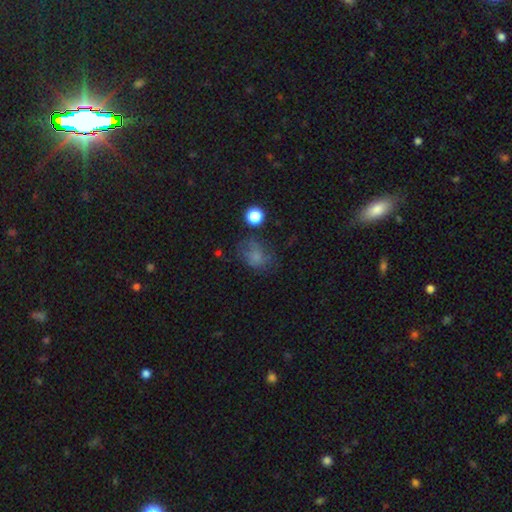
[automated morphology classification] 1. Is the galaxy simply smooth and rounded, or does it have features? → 66% smooth, 17% featured or disk, 17% star or artifact.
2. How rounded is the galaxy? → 57% in between, 42% round, 1% cigar-shaped.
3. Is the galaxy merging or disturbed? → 49% none, 27% minor disturbance, 20% major disturbance, 4% merger.